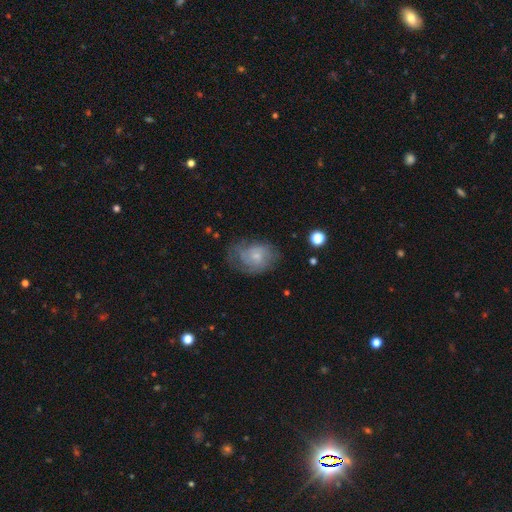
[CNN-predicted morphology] type=featured or disk (57%); edge-on=no (97%); bar=no (72%); spiral arms=yes (79%); bulge=small (63%); merging=none (50%).